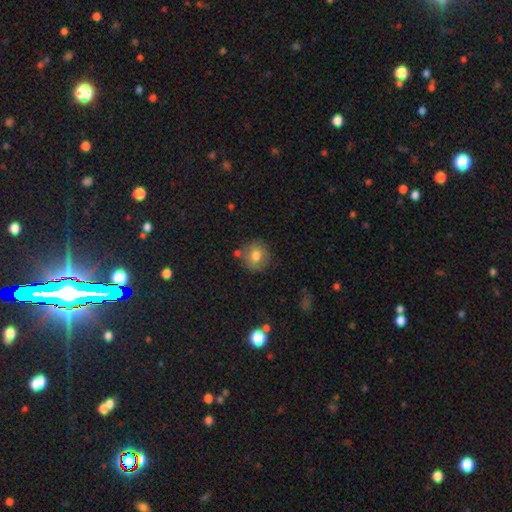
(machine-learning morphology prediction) Smooth or featured?
  - smooth: 77% *
  - featured or disk: 14%
  - star or artifact: 10%
How rounded?
  - round: 90% *
  - in between: 9%
  - cigar-shaped: 1%
Merging?
  - none: 77% *
  - minor disturbance: 13%
  - merger: 6%
  - major disturbance: 3%